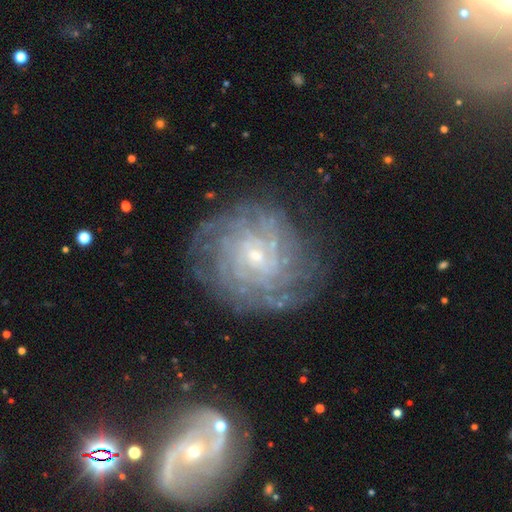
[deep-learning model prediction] Overall: featured or disk (84%). Edge-on disk: no (97%). Bar: no (63%; weak 31%). Spiral arms: yes (94%). Spiral arm count: can't tell (39%; more than 4 19%). Spiral winding: tight (76%). Bulge size: small (76%). Merging: none (77%).